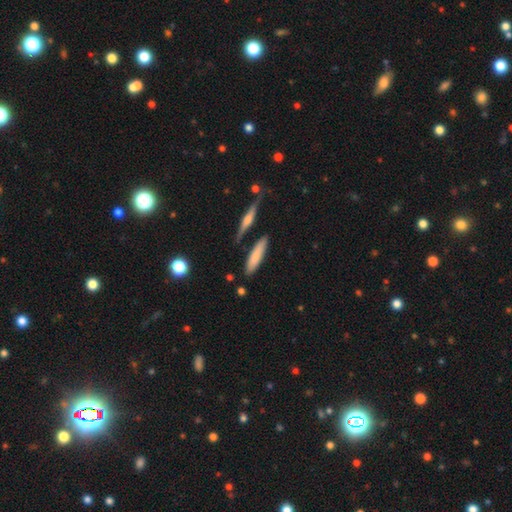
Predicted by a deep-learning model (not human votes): smooth_or_featured: smooth (p=0.77) [alt: featured or disk p=0.17]
how_rounded: cigar-shaped (p=0.69) [alt: in between p=0.29]
merging: none (p=0.76) [alt: minor disturbance p=0.14]